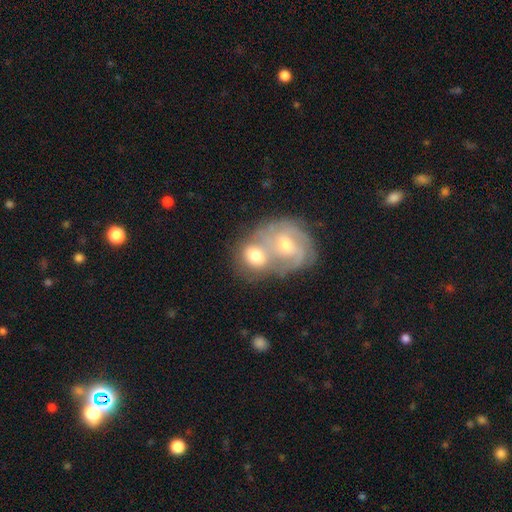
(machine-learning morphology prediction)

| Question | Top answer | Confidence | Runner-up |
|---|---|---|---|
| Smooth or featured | smooth | 50% | featured or disk (42%) |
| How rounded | round | 54% | in between (44%) |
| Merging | merger | 67% | none (21%) |